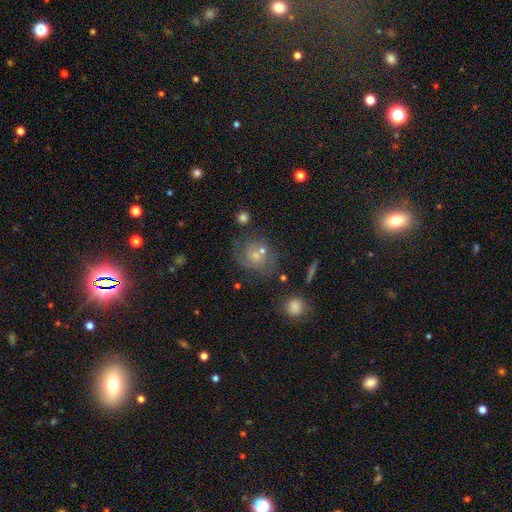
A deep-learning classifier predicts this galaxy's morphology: type=featured or disk (58%); edge-on=no (97%); bar=no (68%); spiral arms=yes (87%); bulge=small (52%); merging=none (66%).